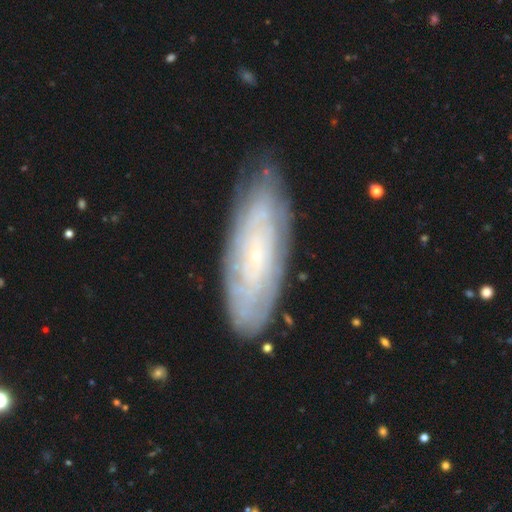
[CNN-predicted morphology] Smooth or featured? featured or disk (71%)
Edge-on disk? no (84%)
Bar? no (82%)
Spiral arms? yes (85%)
Spiral winding? tight (82%)
Spiral arm count? can't tell (64%)
Bulge size? small (88%)
Merging? none (81%)